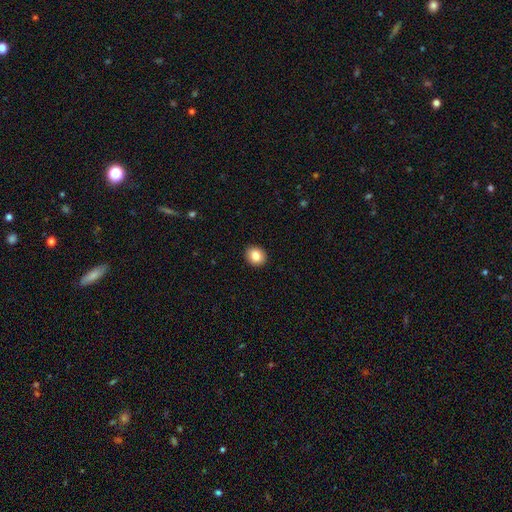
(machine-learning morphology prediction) This appears to be a smooth galaxy with no disk features (84%) that is round (75%). Merging: none (92%).